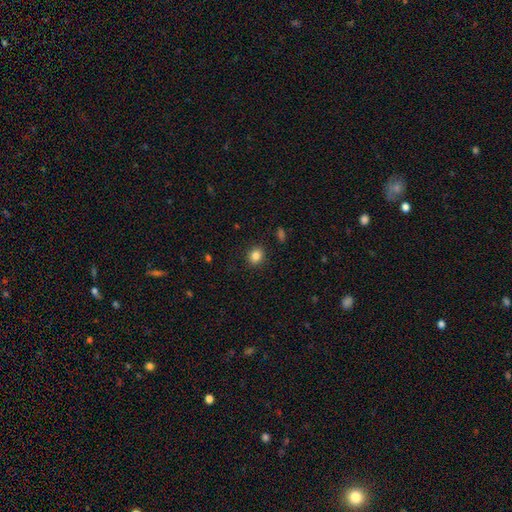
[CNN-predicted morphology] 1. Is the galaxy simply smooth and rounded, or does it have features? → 85% smooth, 11% star or artifact, 5% featured or disk.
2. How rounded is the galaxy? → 64% round, 35% in between, 1% cigar-shaped.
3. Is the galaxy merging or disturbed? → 90% none, 7% minor disturbance, 2% major disturbance, 1% merger.